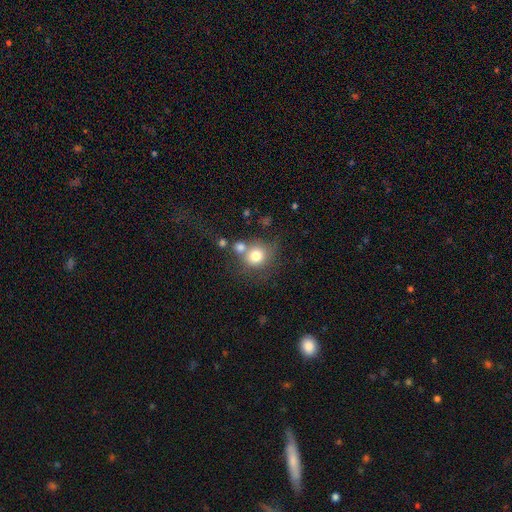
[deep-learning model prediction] smooth 76%, featured or disk 12%, star or artifact 11%. Down the decision tree: how rounded — round (83%); merging — none (51%).